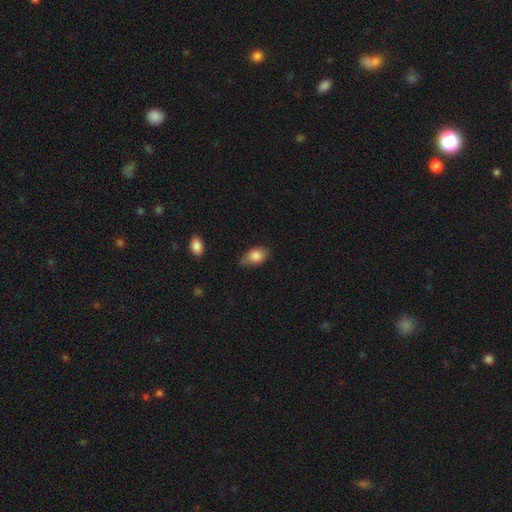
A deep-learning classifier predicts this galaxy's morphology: Overall: smooth (84%). How rounded: in between (82%). Merging: none (49%; minor disturbance 39%).